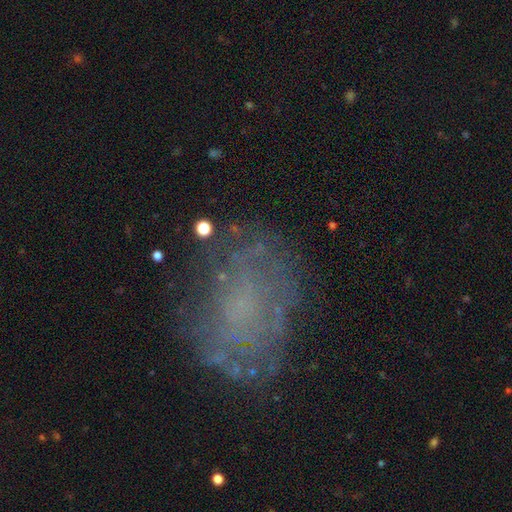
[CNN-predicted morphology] type=featured or disk (53%); edge-on=no (97%); bar=no (87%); spiral arms=no (59%); bulge=none (43%, tied with small); merging=none (62%).